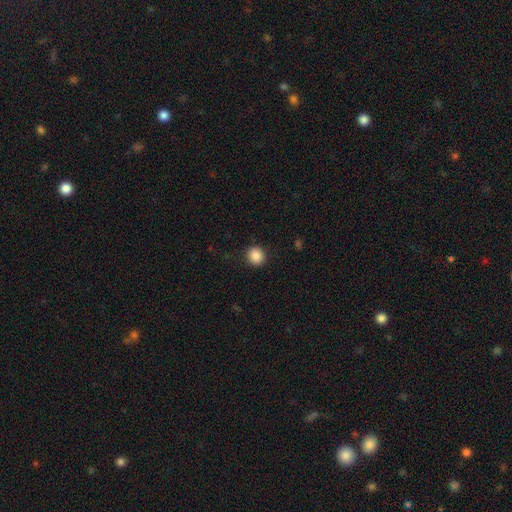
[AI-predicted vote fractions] Morphology: type=smooth (86%); roundness=round (86%); merging=none (90%).